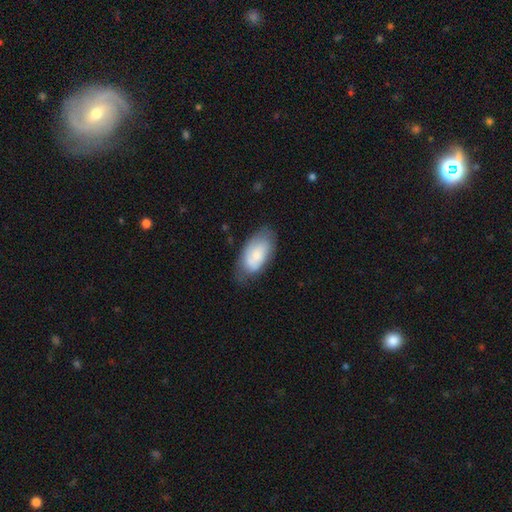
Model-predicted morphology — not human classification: Smooth or featured: smooth — 60% (featured or disk — 33%)
How rounded: in between — 93% (round — 4%)
Merging: none — 62% (minor disturbance — 27%)